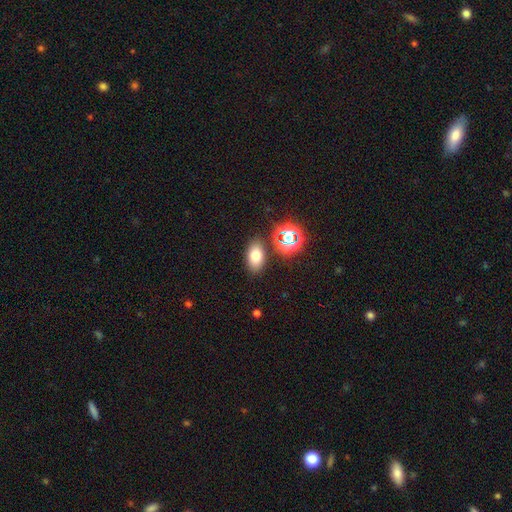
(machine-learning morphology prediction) Smooth or featured: smooth — 72% (star or artifact — 17%)
How rounded: in between — 86% (round — 11%)
Merging: none — 82% (minor disturbance — 9%)